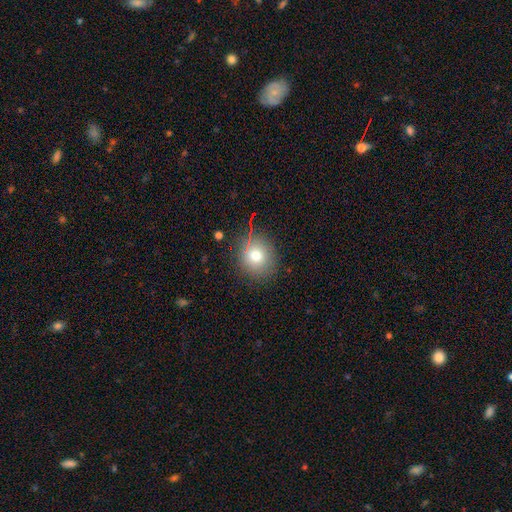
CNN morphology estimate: Q: Smooth or featured?
A: smooth (72%); runner-up: star or artifact (16%)
Q: How rounded?
A: round (86%); runner-up: in between (13%)
Q: Merging?
A: none (84%); runner-up: minor disturbance (10%)